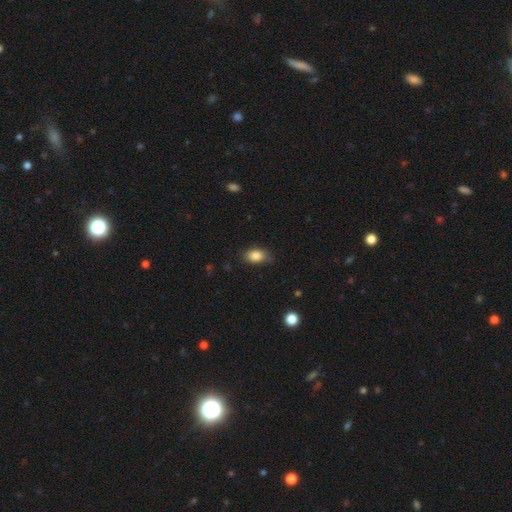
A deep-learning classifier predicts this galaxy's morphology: Q: Smooth or featured?
A: smooth (86%); runner-up: star or artifact (8%)
Q: How rounded?
A: in between (82%); runner-up: round (16%)
Q: Merging?
A: none (73%); runner-up: minor disturbance (21%)